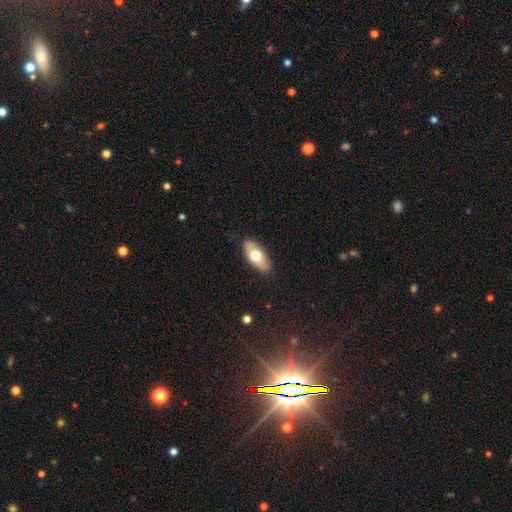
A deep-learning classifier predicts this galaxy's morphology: The model was most divided on "smooth or featured": smooth: 67%, featured or disk: 28%, star or artifact: 6%. More confident: merging — none (87%); how rounded — in between (86%).